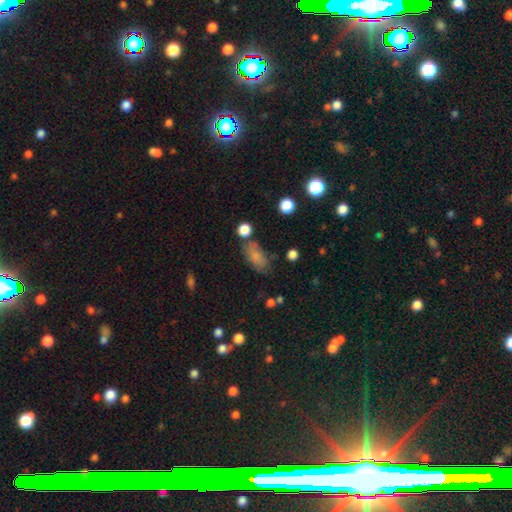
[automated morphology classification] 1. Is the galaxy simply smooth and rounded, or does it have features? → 77% smooth, 12% featured or disk, 10% star or artifact.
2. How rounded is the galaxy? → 87% in between, 7% cigar-shaped, 6% round.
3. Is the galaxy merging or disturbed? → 62% none, 22% minor disturbance, 8% major disturbance, 8% merger.